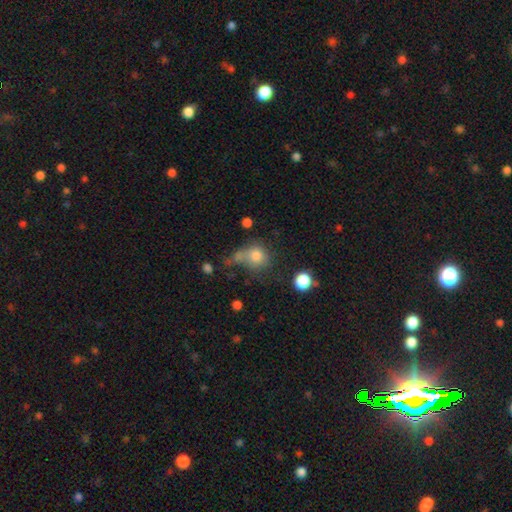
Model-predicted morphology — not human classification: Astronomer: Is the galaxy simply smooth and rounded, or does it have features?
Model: smooth — 76%.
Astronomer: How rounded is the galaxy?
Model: round — 73%.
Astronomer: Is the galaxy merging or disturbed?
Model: none — 43% (runner-up: merger, 21%).